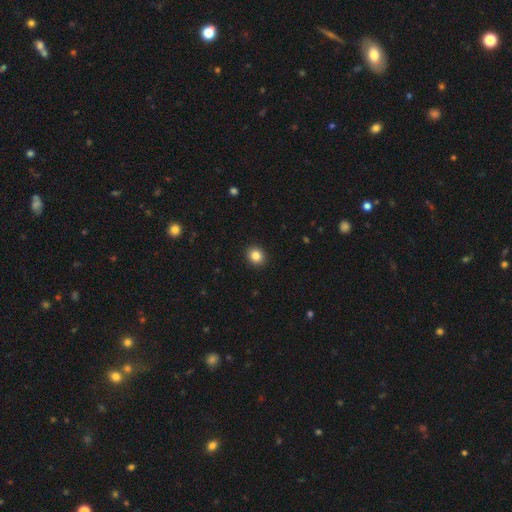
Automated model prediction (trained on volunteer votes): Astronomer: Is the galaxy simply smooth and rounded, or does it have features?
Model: smooth — 84%.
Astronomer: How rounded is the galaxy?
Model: round — 75%.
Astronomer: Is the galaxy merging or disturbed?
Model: none — 92%.